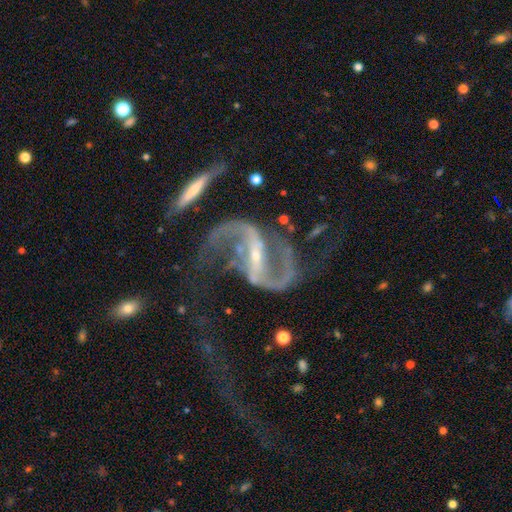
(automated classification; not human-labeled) The model was most divided on "merging": none: 52%, major disturbance: 24%, minor disturbance: 17%, merger: 7%. More confident: edge-on disk — no (97%); spiral arms — yes (96%); spiral arm count — 2 (93%); smooth or featured — featured or disk (93%); bulge size — small (77%); bar — strong (63%); spiral winding — loose (61%).